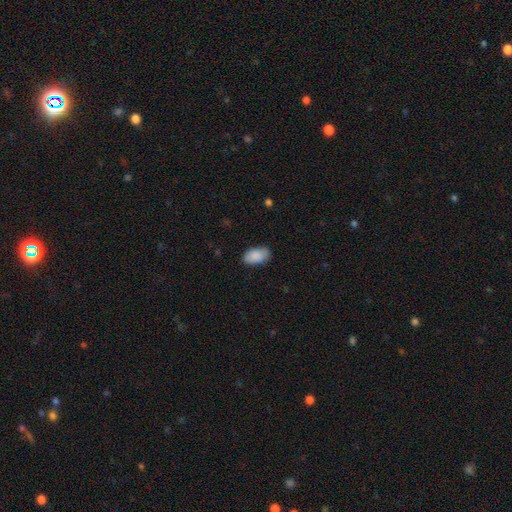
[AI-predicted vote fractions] smooth-or-featured: smooth: 88% | star or artifact: 6% | featured or disk: 6%
  how-rounded: in between: 94% | round: 4% | cigar-shaped: 2%
  merging: none: 78% | minor disturbance: 18% | major disturbance: 3% | merger: 1%